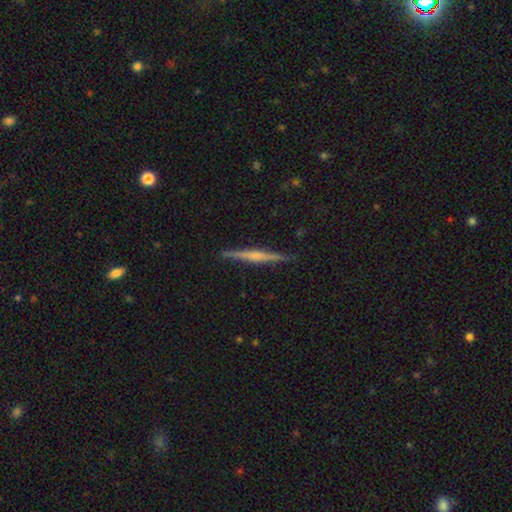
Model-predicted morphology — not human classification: A featured or disk galaxy (69%) viewed edge-on (98%) with a rounded central bulge (55%). Merging: none (91%).